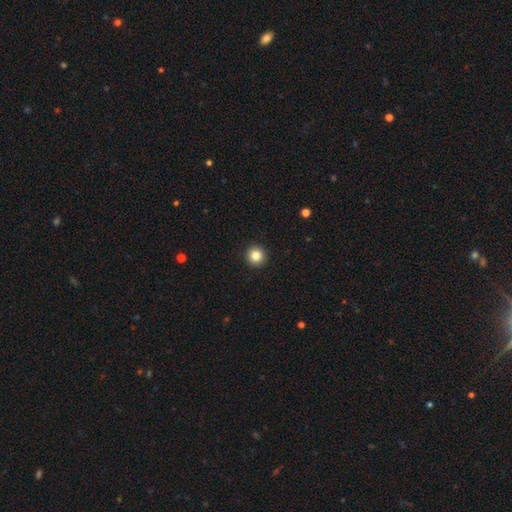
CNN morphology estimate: The model was most divided on "smooth or featured": smooth: 85%, star or artifact: 10%, featured or disk: 5%. More confident: how rounded — round (96%); merging — none (94%).